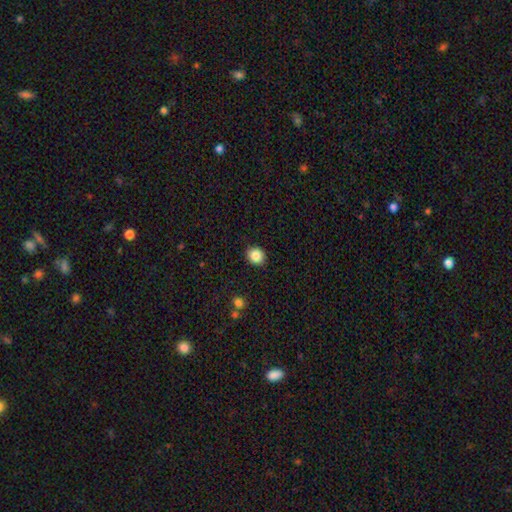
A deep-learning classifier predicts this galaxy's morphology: This appears to be a smooth galaxy with no disk features (86%) that is round (81%). Merging: none (91%).